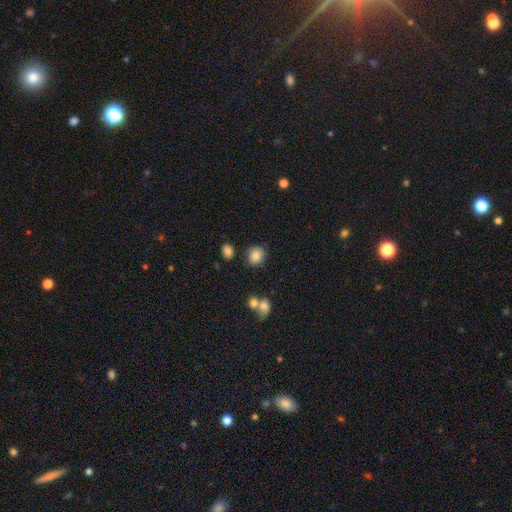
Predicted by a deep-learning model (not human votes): A smooth galaxy with no disk features (83%) that is round (76%).

Vote fractions:
- Smooth or featured? smooth: 83% / star or artifact: 10% / featured or disk: 6%
- How rounded? round: 76% / in between: 23% / cigar-shaped: 1%
- Merging? none: 80% / minor disturbance: 11% / merger: 6% / major disturbance: 3%